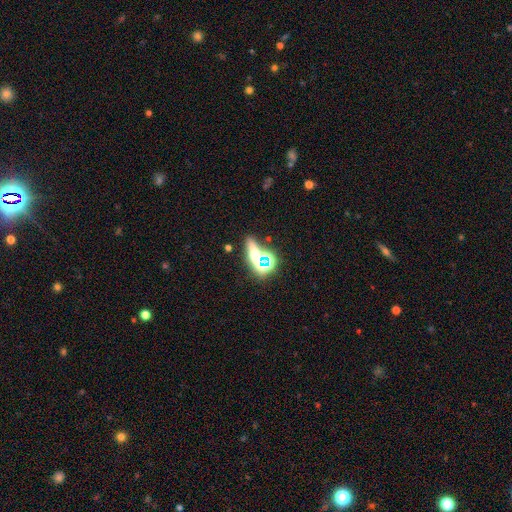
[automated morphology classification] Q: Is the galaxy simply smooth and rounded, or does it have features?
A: smooth — 40%.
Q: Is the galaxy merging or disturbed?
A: none — 59%.